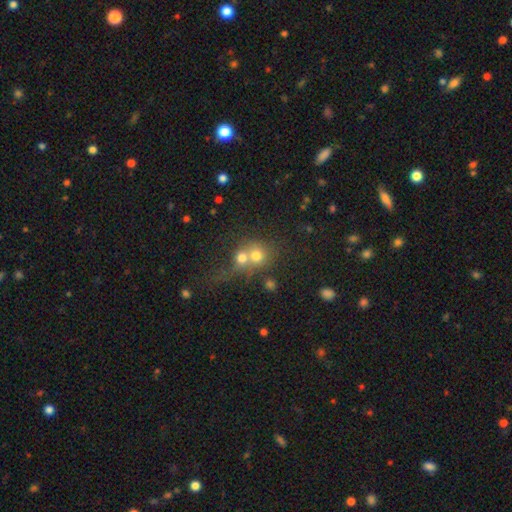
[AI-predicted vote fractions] Overall: smooth (68%). How rounded: round (79%). Merging: merger (65%; none 25%).